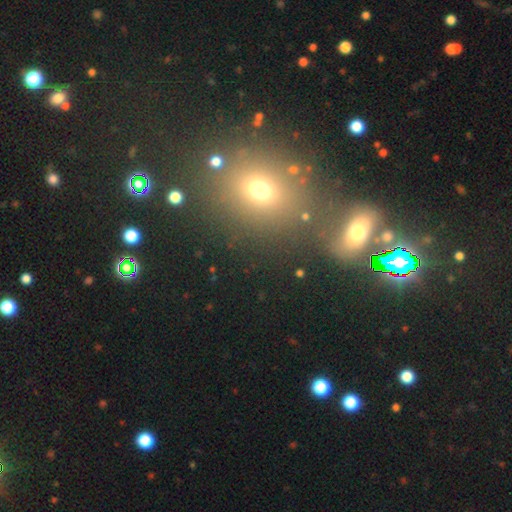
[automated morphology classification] Smooth or featured: smooth — 47% (star or artifact — 41%)
Merging: none — 70% (merger — 14%)